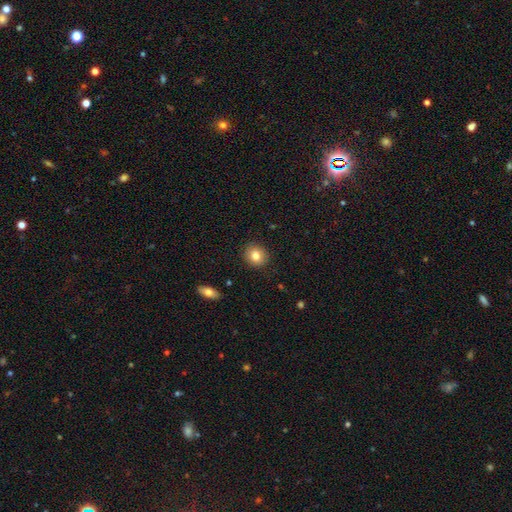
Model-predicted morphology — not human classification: Q: Smooth or featured?
A: smooth (81%); runner-up: featured or disk (9%)
Q: How rounded?
A: round (79%); runner-up: in between (20%)
Q: Merging?
A: none (90%); runner-up: minor disturbance (7%)